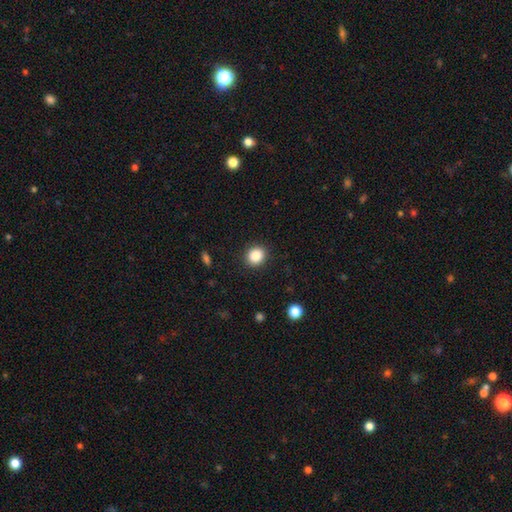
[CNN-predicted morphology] Smooth or featured?
  - smooth: 87% *
  - star or artifact: 9%
  - featured or disk: 3%
How rounded?
  - round: 77% *
  - in between: 22%
  - cigar-shaped: 1%
Merging?
  - none: 90% *
  - minor disturbance: 7%
  - major disturbance: 2%
  - merger: 1%